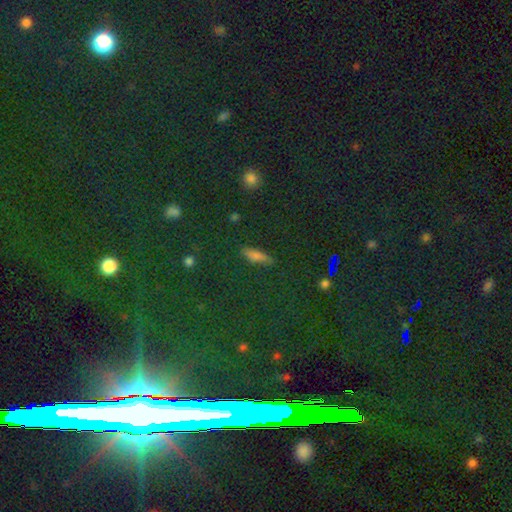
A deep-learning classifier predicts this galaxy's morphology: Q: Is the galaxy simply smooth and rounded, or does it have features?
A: smooth — 61%.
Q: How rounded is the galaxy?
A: cigar-shaped — 64%.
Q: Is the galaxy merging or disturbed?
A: none — 85%.